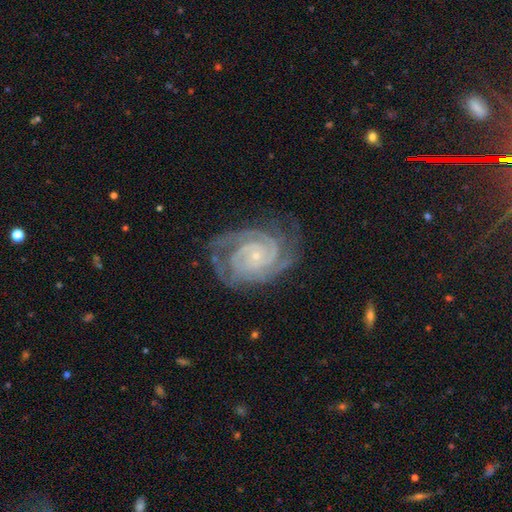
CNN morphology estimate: smooth-or-featured: featured or disk: 92% | star or artifact: 5% | smooth: 3%
  disk-edge-on: no: 98% | yes: 2%
    bar: no: 71% | weak: 21% | strong: 8%
    has-spiral-arms: yes: 99% | no: 1%
      spiral-winding: tight: 77% | medium: 20% | loose: 3%
      spiral-arm-count: 2: 33% | 3: 28% | 4: 13% | can't tell: 13% | more than 4: 6% | 1: 6%
    bulge-size: small: 86% | moderate: 10% | none: 3% | large: 1% | dominant: 1%
  merging: none: 73% | minor disturbance: 18% | major disturbance: 7% | merger: 1%